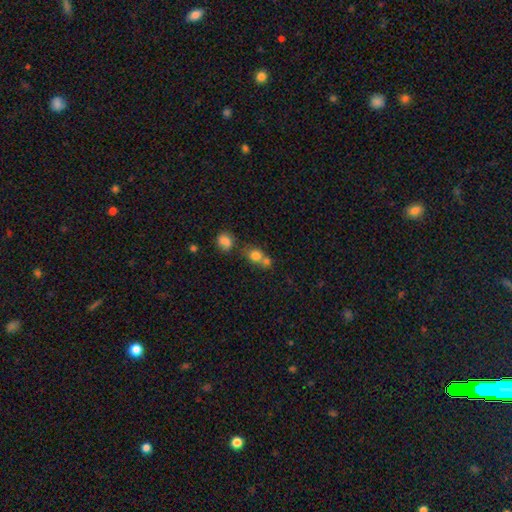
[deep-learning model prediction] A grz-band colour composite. It shows a smooth galaxy with no disk features (77%) that is round (66%). Merging: merger (51%).